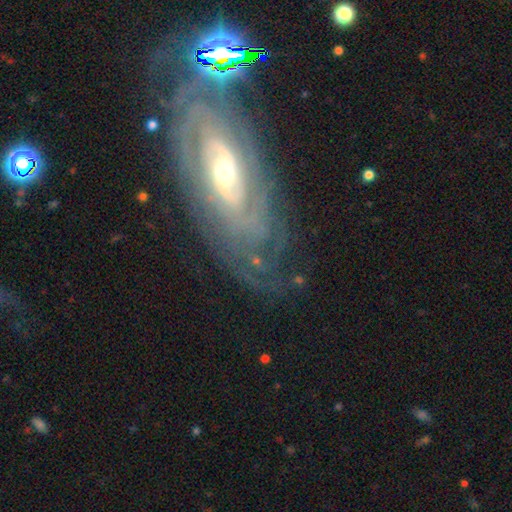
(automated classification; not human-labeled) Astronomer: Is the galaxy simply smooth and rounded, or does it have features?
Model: featured or disk — 85%.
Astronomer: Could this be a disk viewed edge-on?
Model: no — 89%.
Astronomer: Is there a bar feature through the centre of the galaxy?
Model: no — 51% (runner-up: weak, 31%).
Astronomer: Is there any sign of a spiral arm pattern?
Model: yes — 90%.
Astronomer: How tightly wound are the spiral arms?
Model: tight — 74%.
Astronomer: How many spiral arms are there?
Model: can't tell — 48%.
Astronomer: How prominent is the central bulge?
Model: moderate — 49% (runner-up: small, 44%).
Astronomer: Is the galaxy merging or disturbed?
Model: none — 74%.